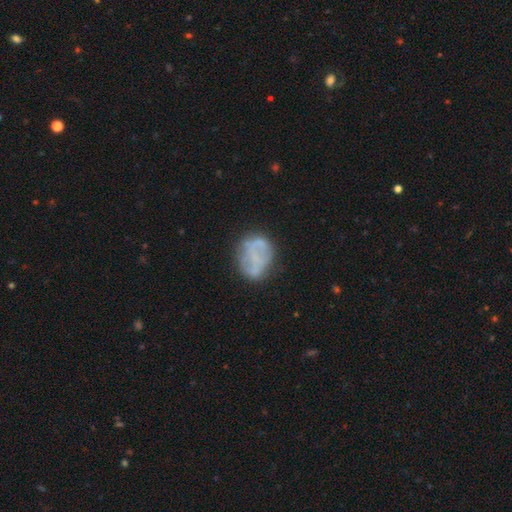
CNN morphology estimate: type=featured or disk (49%); merging=none (61%).